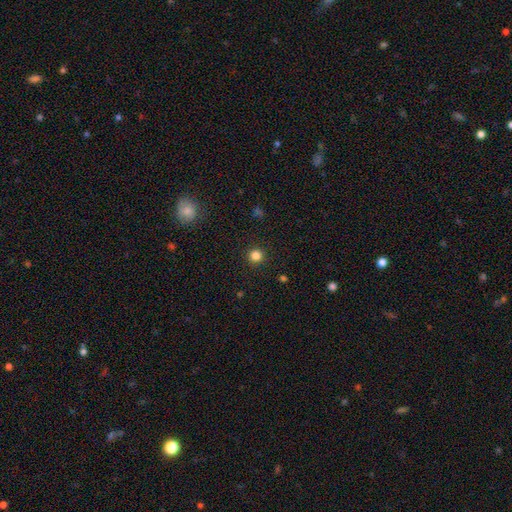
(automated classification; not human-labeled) Smooth or featured? smooth (83%)
How rounded? round (95%)
Merging? none (92%)